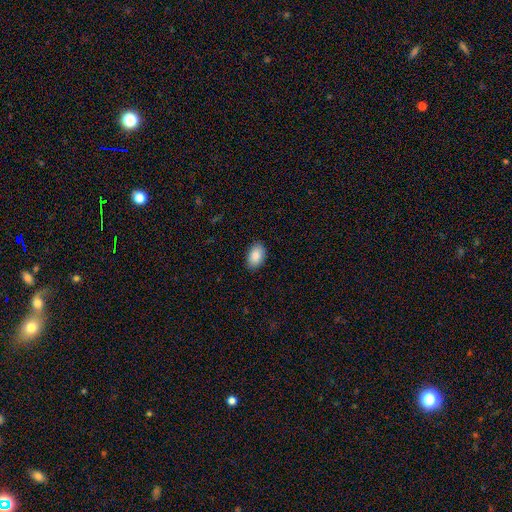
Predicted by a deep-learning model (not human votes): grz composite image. It shows a smooth galaxy with no disk features (88%) that is in between round and cigar-shaped (92%). Merging: none (88%).